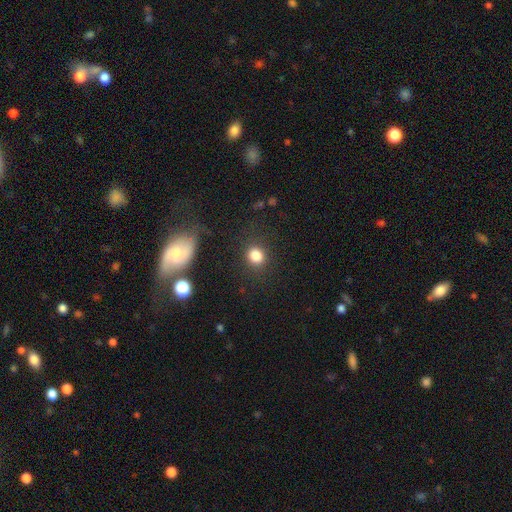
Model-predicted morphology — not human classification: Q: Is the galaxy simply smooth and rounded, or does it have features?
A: smooth — 84%.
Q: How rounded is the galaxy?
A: round — 76%.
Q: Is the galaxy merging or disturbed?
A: none — 84%.